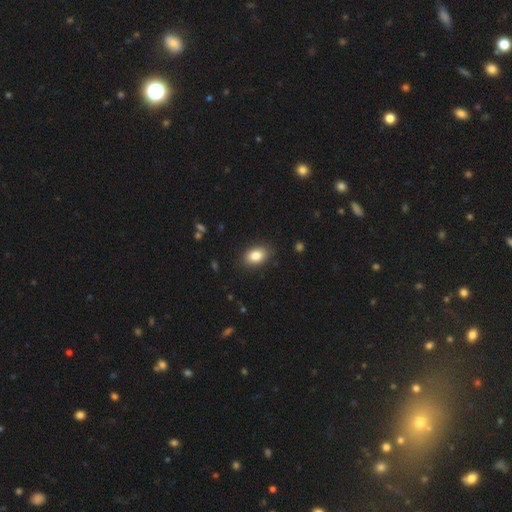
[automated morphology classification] Overall: smooth (84%). How rounded: in between (82%). Merging: none (87%).